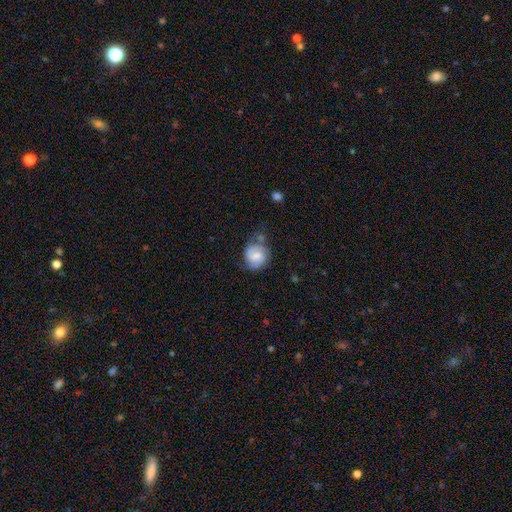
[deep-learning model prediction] This is likely a featured or disk galaxy (61%). It is clearly not viewed edge-on (98%). Bar: possibly weak (51%). Spiral arm pattern: clearly yes (91%). Spiral arm count: clearly 2 (82%). Spiral winding: possibly medium (46%). Central bulge: marginally moderate (44%). Merging: likely none (60%).